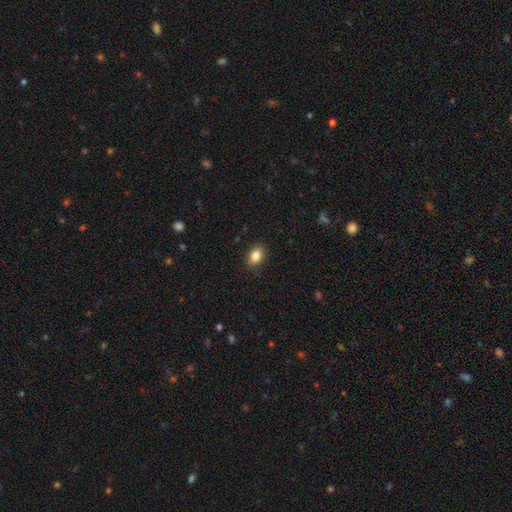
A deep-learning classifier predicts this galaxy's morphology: This is clearly a smooth galaxy (85%). How rounded: likely in between (77%). Merging: clearly none (88%).